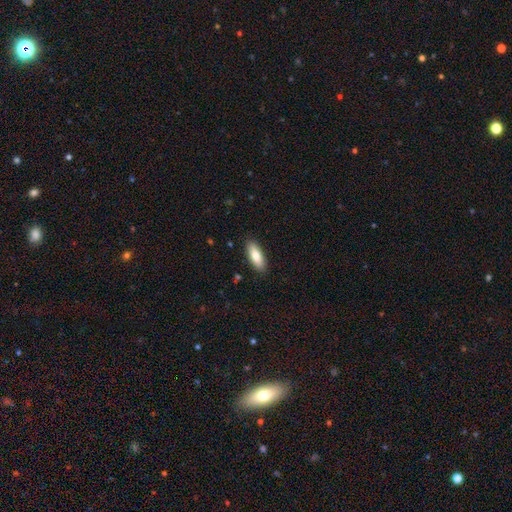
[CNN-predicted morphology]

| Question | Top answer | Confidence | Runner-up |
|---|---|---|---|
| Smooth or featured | smooth | 80% | featured or disk (14%) |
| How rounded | in between | 71% | cigar-shaped (28%) |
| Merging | none | 89% | minor disturbance (8%) |